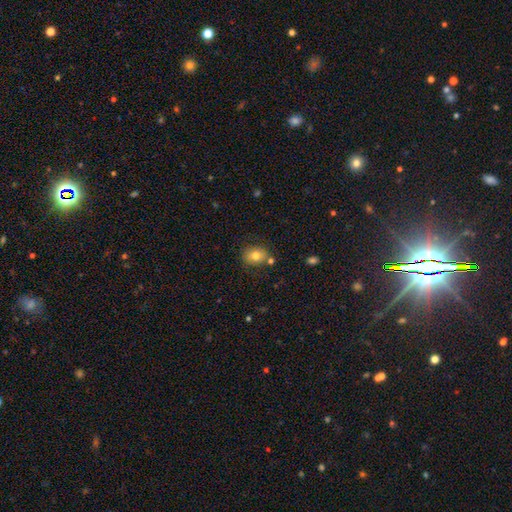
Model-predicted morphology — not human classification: Smooth or featured? smooth (78%)
How rounded? round (51%)
Merging? none (75%)